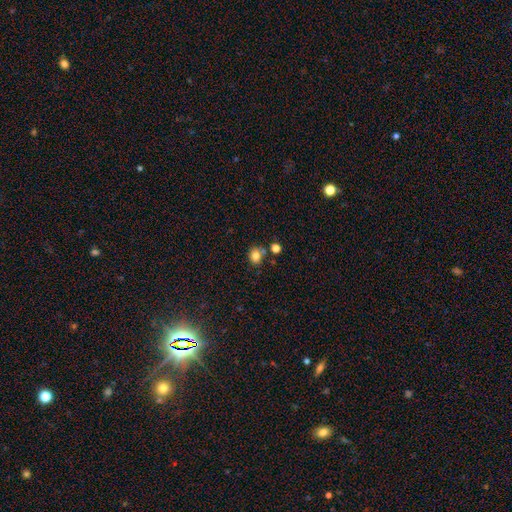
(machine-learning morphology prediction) A smooth galaxy with no disk features (81%) that is round (62%).

Vote fractions:
- Smooth or featured? smooth: 81% / star or artifact: 12% / featured or disk: 7%
- How rounded? round: 62% / in between: 37% / cigar-shaped: 1%
- Merging? none: 67% / merger: 15% / minor disturbance: 14% / major disturbance: 4%